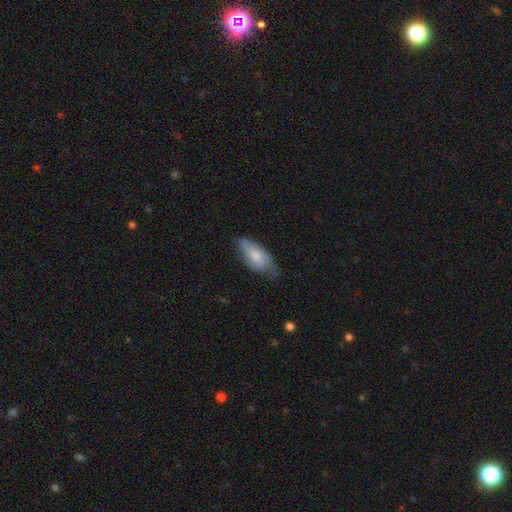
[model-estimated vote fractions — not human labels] Morphology: type=smooth (57%); roundness=in between (86%); merging=none (54%).